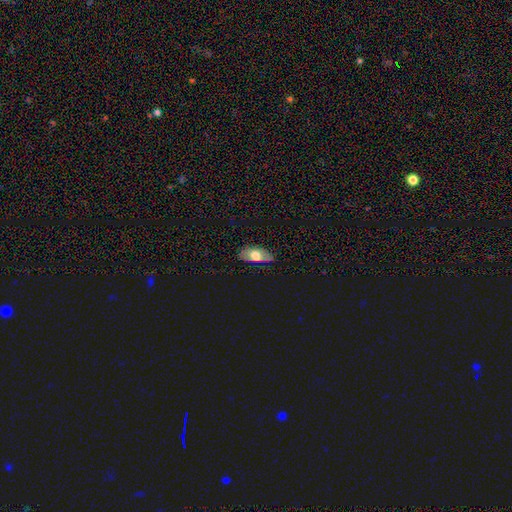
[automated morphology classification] This appears to be a smooth galaxy with no disk features (64%) that is in between round and cigar-shaped (86%). Merging: none (75%).